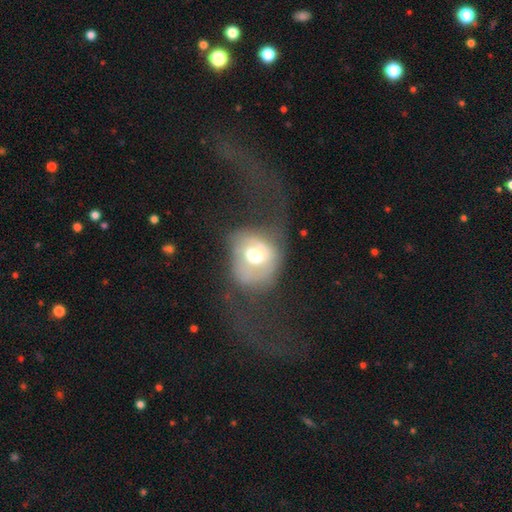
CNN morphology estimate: Overall: featured or disk (58%; smooth 33%). Edge-on disk: no (96%). Bar: no (53%; weak 34%). Spiral arms: no (51%; yes 49%). Bulge size: moderate (65%). Merging: major disturbance (44%; none 32%).